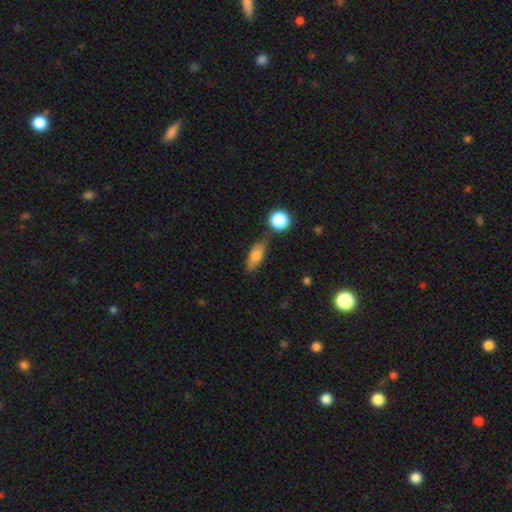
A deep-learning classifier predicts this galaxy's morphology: This appears to be a smooth galaxy with no disk features (72%) that is in between round and cigar-shaped (70%). Merging: none (72%).